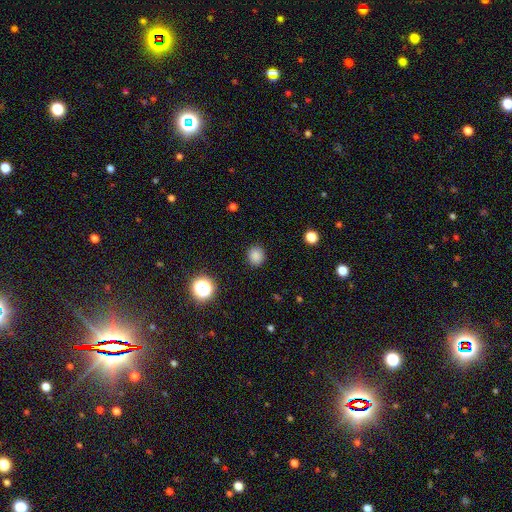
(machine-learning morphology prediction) Smooth or featured?
  - smooth: 84% *
  - star or artifact: 13%
  - featured or disk: 3%
How rounded?
  - round: 78% *
  - in between: 21%
  - cigar-shaped: 1%
Merging?
  - none: 89% *
  - minor disturbance: 7%
  - major disturbance: 3%
  - merger: 1%